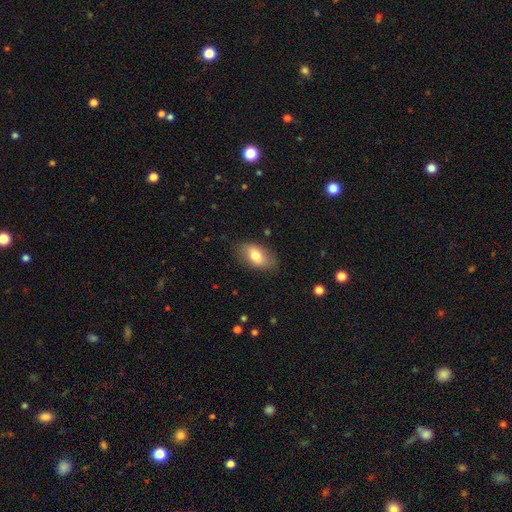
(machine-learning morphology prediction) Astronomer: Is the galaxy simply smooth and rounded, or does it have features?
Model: smooth — 76%.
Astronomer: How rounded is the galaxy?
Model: in between — 92%.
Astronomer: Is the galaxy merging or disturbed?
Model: none — 81%.